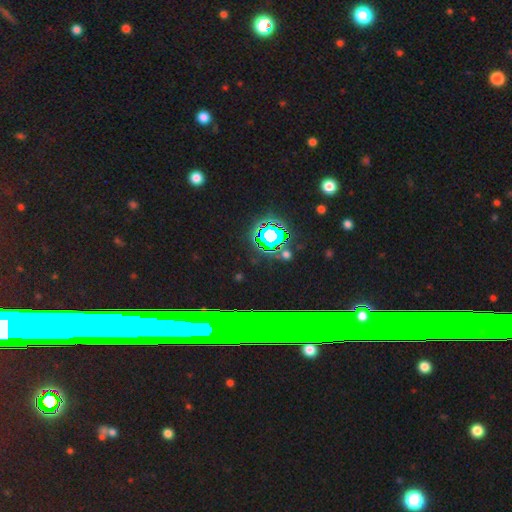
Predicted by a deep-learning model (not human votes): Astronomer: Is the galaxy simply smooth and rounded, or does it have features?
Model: star or artifact — 68%.